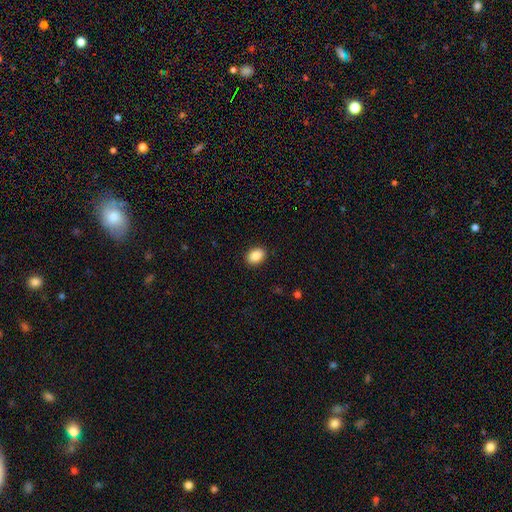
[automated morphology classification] Smooth or featured? Predicted: smooth (p=0.89). How rounded? Predicted: in between (p=0.75). Merging? Predicted: none (p=0.90).